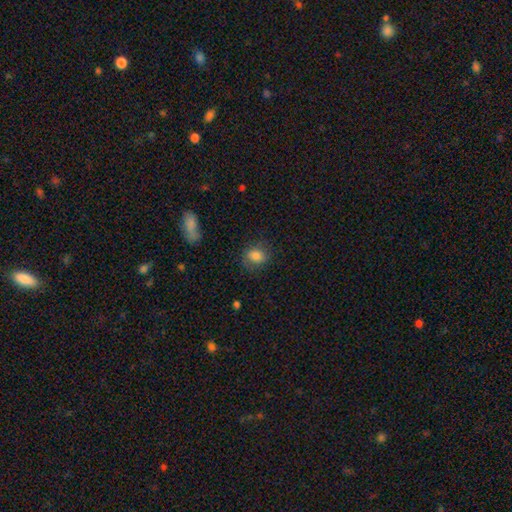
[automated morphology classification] smooth_or_featured: smooth (p=0.82) [alt: star or artifact p=0.09]
how_rounded: round (p=0.51) [alt: in between p=0.47]
merging: none (p=0.73) [alt: minor disturbance p=0.18]